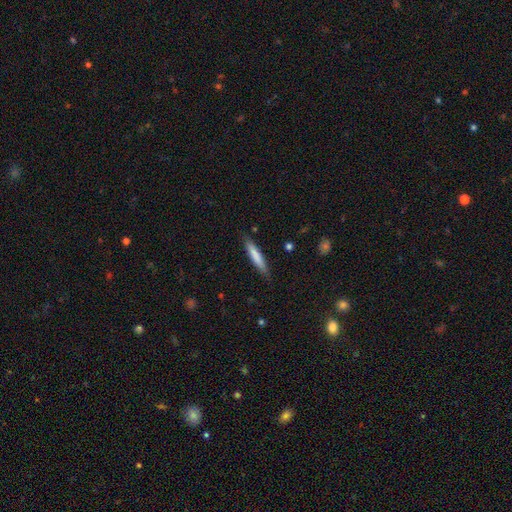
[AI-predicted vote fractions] smooth 75%, featured or disk 19%, star or artifact 6%. Down the decision tree: how rounded — cigar-shaped (91%); merging — none (84%).